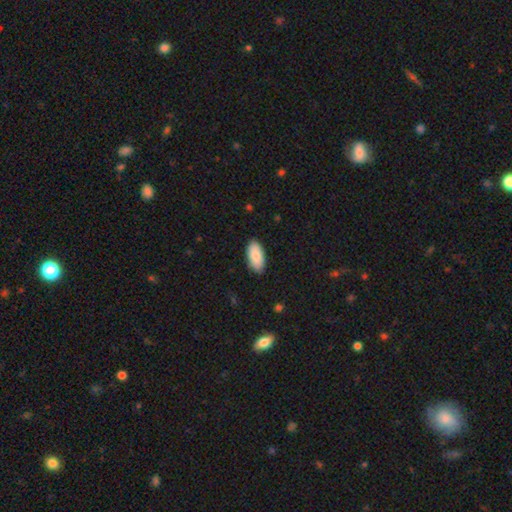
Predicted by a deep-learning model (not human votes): The model was most divided on "merging": none: 86%, minor disturbance: 12%, major disturbance: 2%, merger: 1%. More confident: how rounded — in between (94%); smooth or featured — smooth (87%).